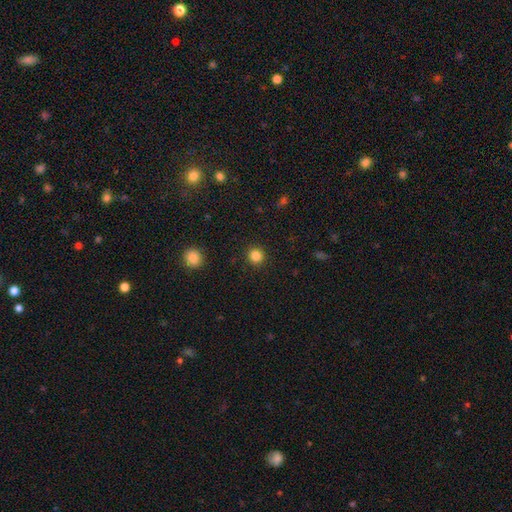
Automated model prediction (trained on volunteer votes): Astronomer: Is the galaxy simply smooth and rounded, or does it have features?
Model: smooth — 84%.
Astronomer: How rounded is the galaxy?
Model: round — 93%.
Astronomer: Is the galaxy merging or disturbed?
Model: none — 92%.